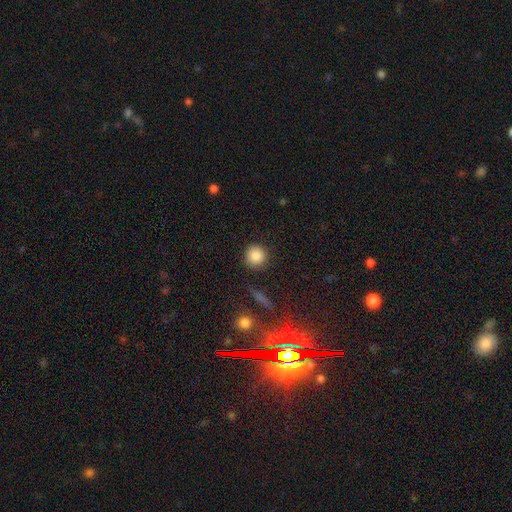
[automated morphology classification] A smooth galaxy with no disk features (86%) that is round (93%).

Vote fractions:
- Smooth or featured? smooth: 86% / star or artifact: 10% / featured or disk: 4%
- How rounded? round: 93% / in between: 6% / cigar-shaped: 1%
- Merging? none: 88% / minor disturbance: 8% / major disturbance: 3% / merger: 2%